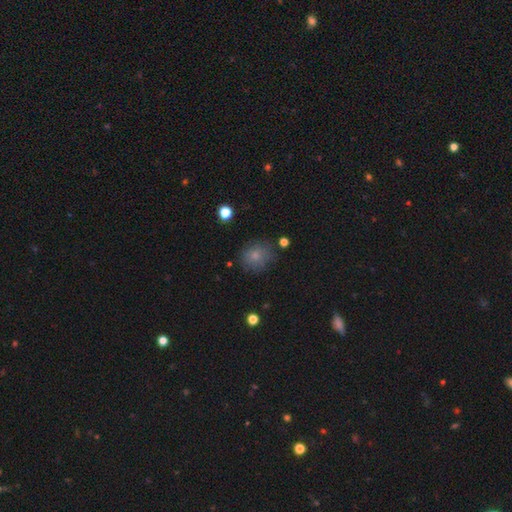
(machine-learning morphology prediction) Smooth or featured? Predicted: smooth (p=0.74). How rounded? Predicted: round (p=0.74). Merging? Predicted: none (p=0.71).